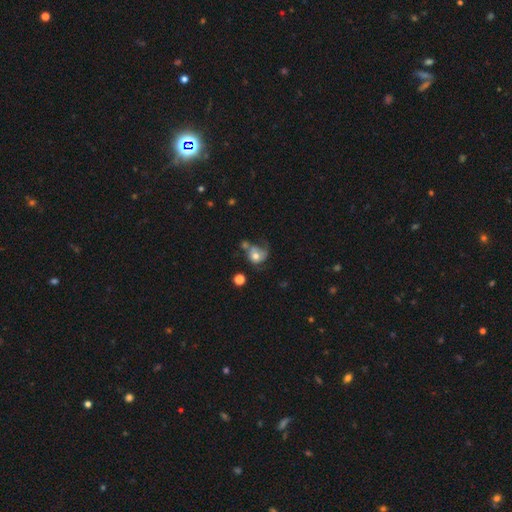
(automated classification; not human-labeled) This is possibly a smooth galaxy (56%). How rounded: likely round (67%). Merging: marginally major disturbance (29%).